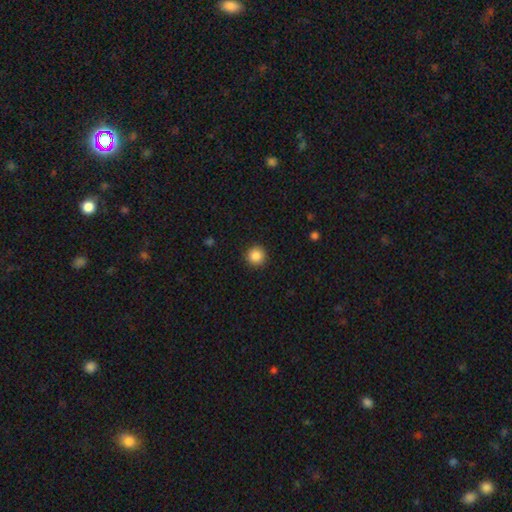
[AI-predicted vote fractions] A smooth galaxy with no disk features (87%) that is round (96%).

Vote fractions:
- Smooth or featured? smooth: 87% / star or artifact: 10% / featured or disk: 3%
- How rounded? round: 96% / in between: 3% / cigar-shaped: 1%
- Merging? none: 92% / minor disturbance: 5% / major disturbance: 2% / merger: 1%